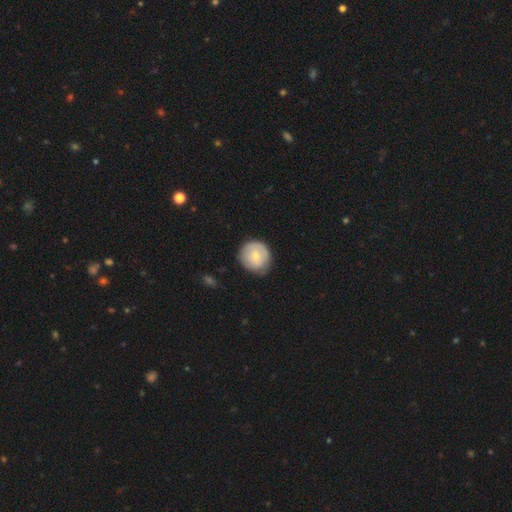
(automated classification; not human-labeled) This is likely a smooth galaxy (65%). How rounded: clearly round (89%). Merging: likely none (70%).